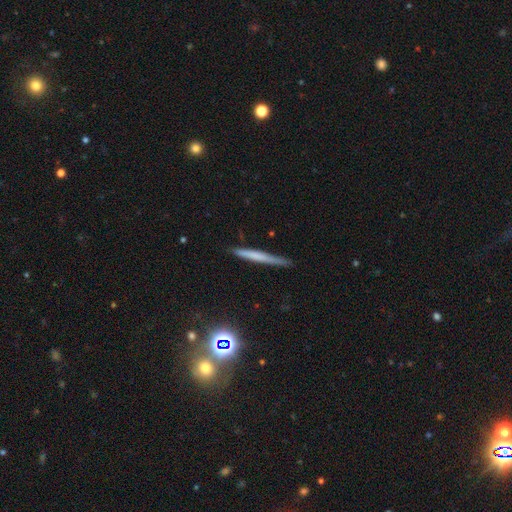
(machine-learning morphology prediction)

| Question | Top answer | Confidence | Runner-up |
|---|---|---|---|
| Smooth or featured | smooth | 52% | featured or disk (38%) |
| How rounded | cigar-shaped | 96% | in between (2%) |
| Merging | none | 84% | minor disturbance (12%) |